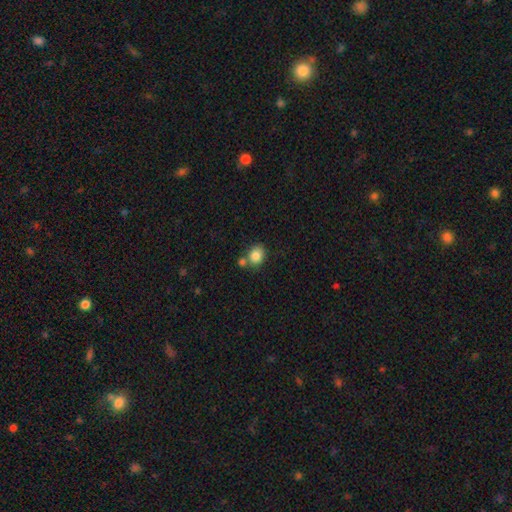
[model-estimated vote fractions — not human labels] smooth_or_featured: smooth (p=0.84) [alt: star or artifact p=0.09]
how_rounded: round (p=0.63) [alt: in between p=0.36]
merging: none (p=0.60) [alt: merger p=0.25]